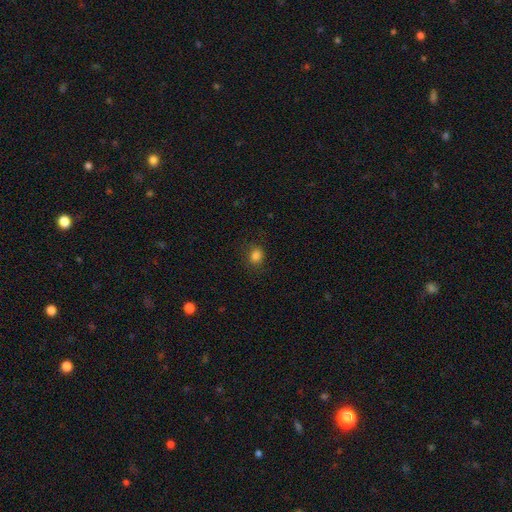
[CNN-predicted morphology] This appears to be a smooth galaxy with no disk features (82%) that is round (69%). Merging: none (83%).